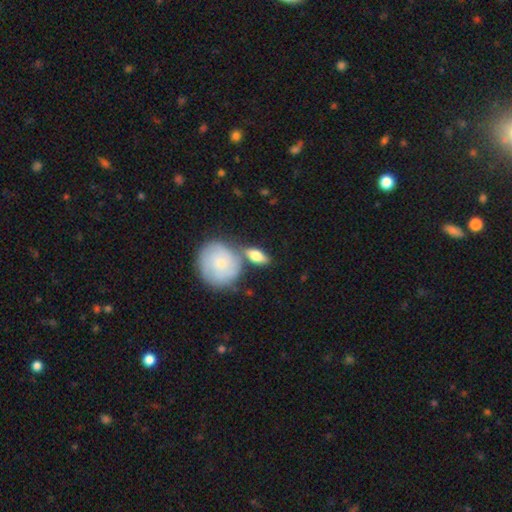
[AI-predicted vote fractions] Q: Smooth or featured?
A: smooth (63%); runner-up: featured or disk (31%)
Q: How rounded?
A: in between (70%); runner-up: round (18%)
Q: Merging?
A: none (56%); runner-up: merger (23%)